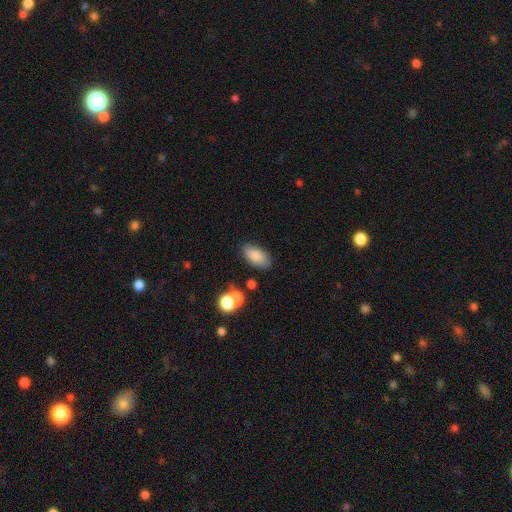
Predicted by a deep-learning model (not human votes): Overall: smooth (84%). How rounded: in between (92%). Merging: none (79%).